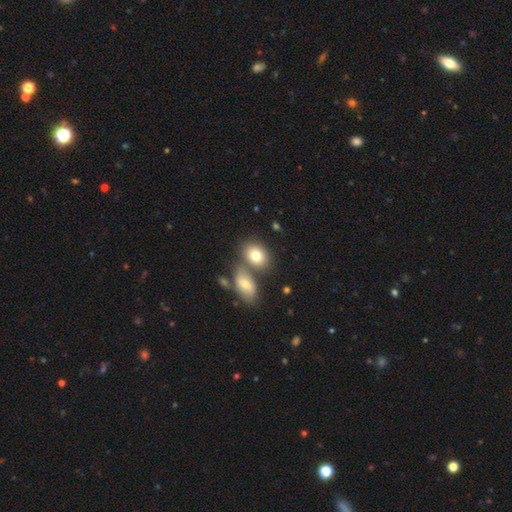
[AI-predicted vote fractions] smooth 76%, featured or disk 15%, star or artifact 9%. Down the decision tree: how rounded — in between (69%); merging — none (52%).